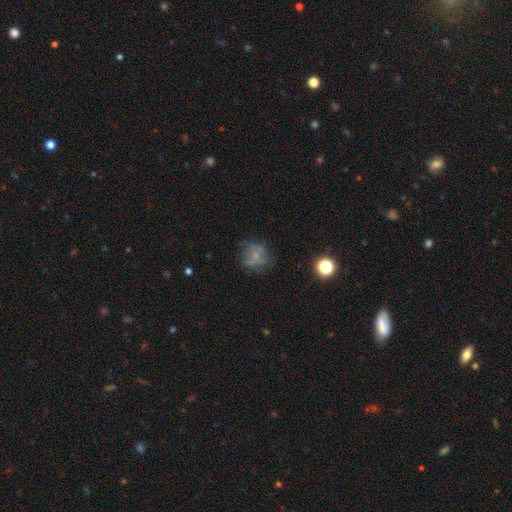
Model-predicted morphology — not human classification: Smooth or featured?
  - smooth: 46% *
  - featured or disk: 37%
  - star or artifact: 17%
Merging?
  - none: 51% *
  - minor disturbance: 23%
  - major disturbance: 21%
  - merger: 4%